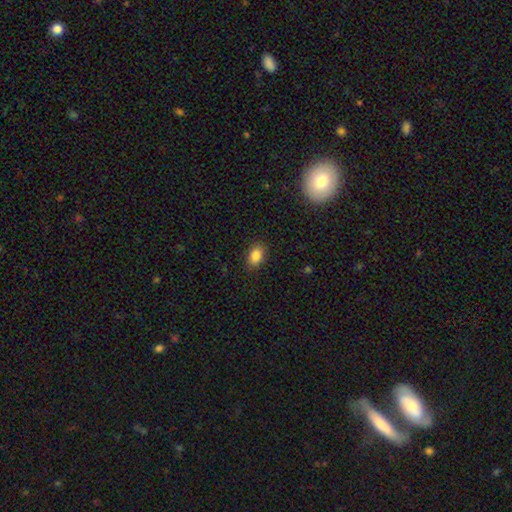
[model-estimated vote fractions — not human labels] Smooth or featured: smooth — 86% (star or artifact — 9%)
How rounded: in between — 84% (round — 14%)
Merging: none — 87% (minor disturbance — 9%)